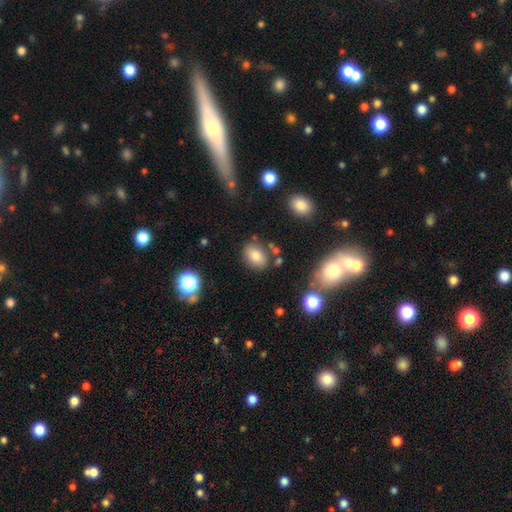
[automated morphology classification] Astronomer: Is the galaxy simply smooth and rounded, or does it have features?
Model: smooth — 79%.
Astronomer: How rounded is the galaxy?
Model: in between — 79%.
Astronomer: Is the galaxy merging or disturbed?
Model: none — 77%.